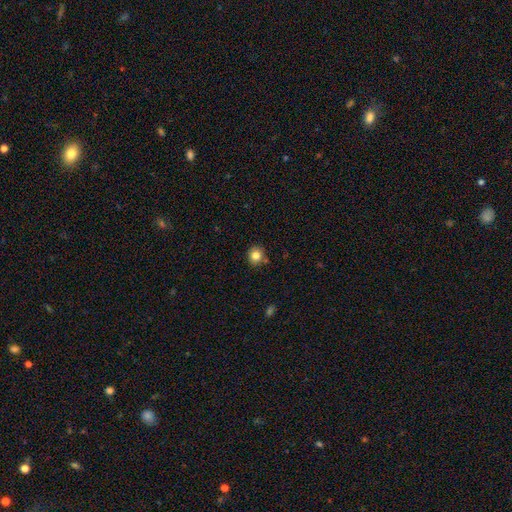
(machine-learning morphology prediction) This is clearly a smooth galaxy (83%). How rounded: clearly round (85%). Merging: clearly none (81%).